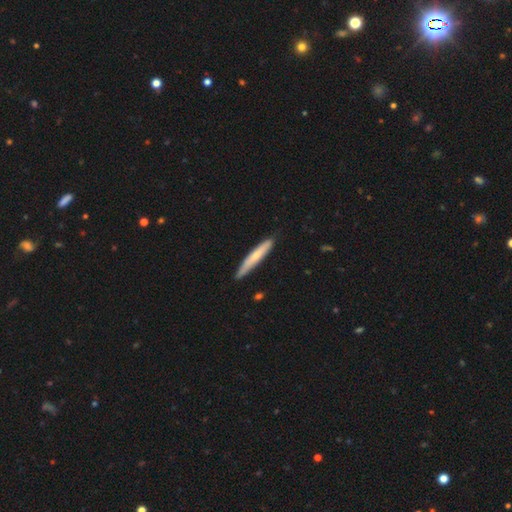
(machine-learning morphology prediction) This appears to be a smooth galaxy with no disk features (63%) that is cigar-shaped (93%). Merging: none (83%).